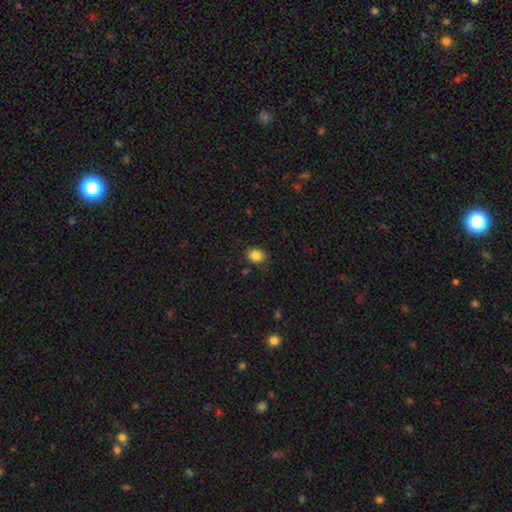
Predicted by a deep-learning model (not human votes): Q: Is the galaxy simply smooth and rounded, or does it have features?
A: smooth — 84%.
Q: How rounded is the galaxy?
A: round — 54%.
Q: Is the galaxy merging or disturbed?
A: none — 81%.